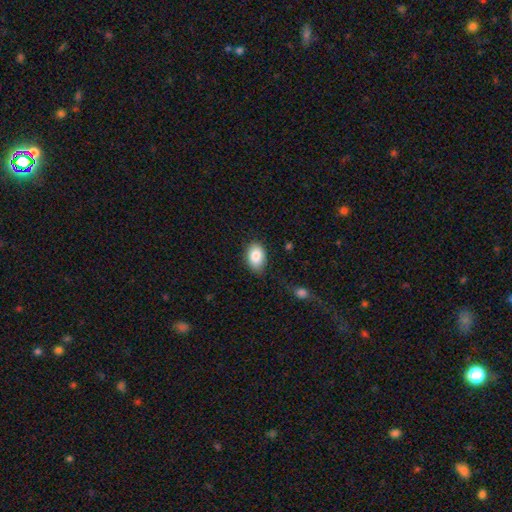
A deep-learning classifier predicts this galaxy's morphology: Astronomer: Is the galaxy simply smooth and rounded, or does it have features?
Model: smooth — 86%.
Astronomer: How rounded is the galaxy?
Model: in between — 86%.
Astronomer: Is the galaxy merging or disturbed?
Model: none — 78%.